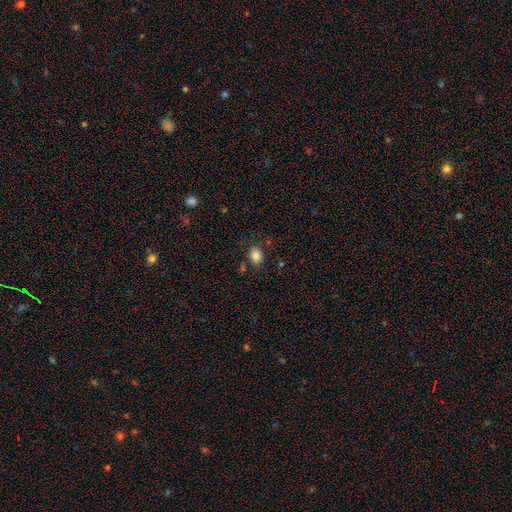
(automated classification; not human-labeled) Smooth or featured? smooth (84%)
How rounded? in between (69%)
Merging? none (77%)